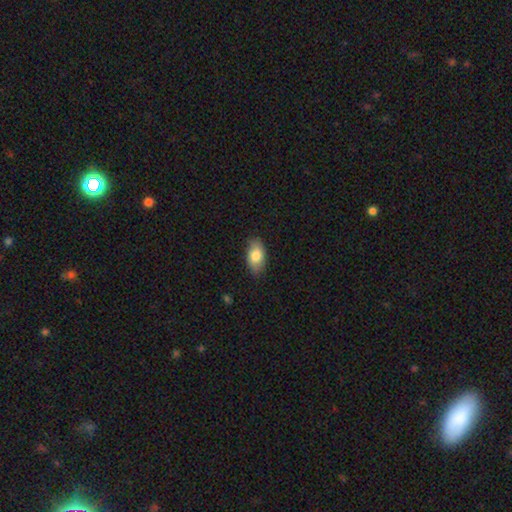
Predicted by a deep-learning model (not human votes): This appears to be a smooth galaxy with no disk features (80%) that is in between round and cigar-shaped (93%). Merging: none (82%).